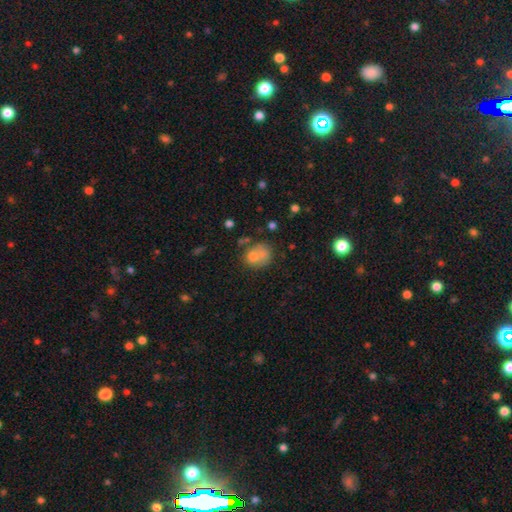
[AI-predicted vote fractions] smooth 72%, featured or disk 16%, star or artifact 11%. Down the decision tree: how rounded — round (62%); merging — none (43%).